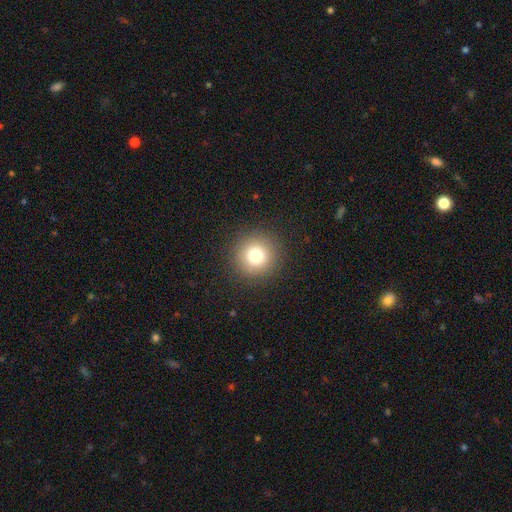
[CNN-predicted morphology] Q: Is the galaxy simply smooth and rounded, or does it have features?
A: smooth — 78%.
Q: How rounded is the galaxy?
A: round — 95%.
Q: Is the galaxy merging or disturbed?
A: none — 91%.